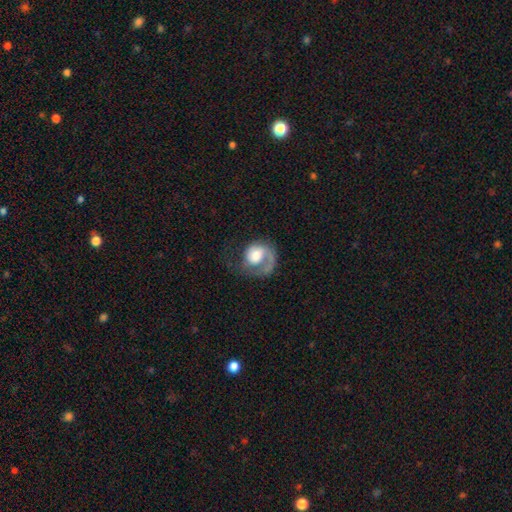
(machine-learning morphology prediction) The model was most divided on "spiral winding": medium: 35%, tight: 34%, loose: 31%. Remaining: edge-on disk — no (98%); spiral arms — yes (90%); spiral arm count — 1 (87%); bar — no (72%); smooth or featured — featured or disk (68%); bulge size — moderate (45%); merging — none (41%).